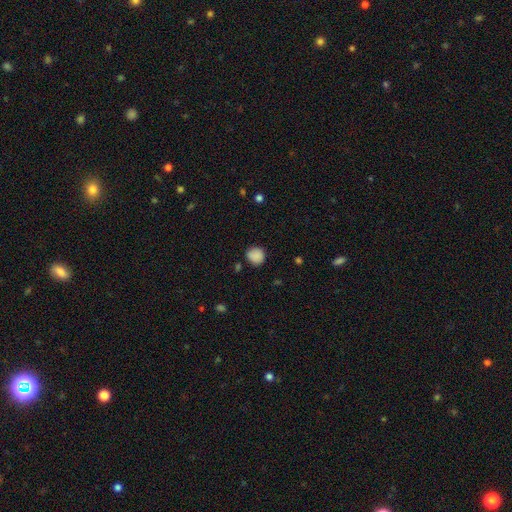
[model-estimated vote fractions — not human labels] smooth 88%, star or artifact 9%, featured or disk 3%. Down the decision tree: how rounded — round (87%); merging — none (82%).